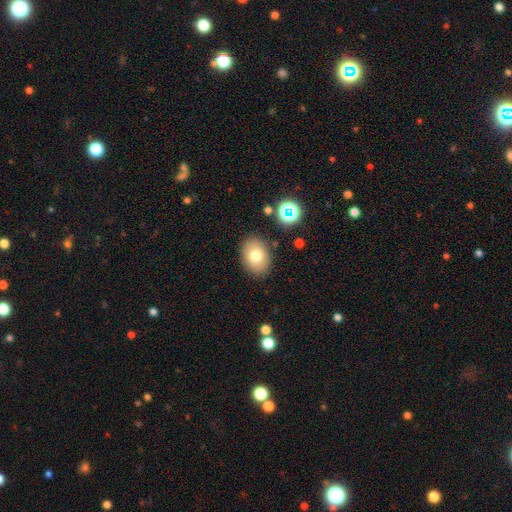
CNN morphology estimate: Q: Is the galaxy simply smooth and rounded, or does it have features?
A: smooth — 76%.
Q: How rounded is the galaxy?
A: in between — 69%.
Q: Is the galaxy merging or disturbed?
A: none — 86%.